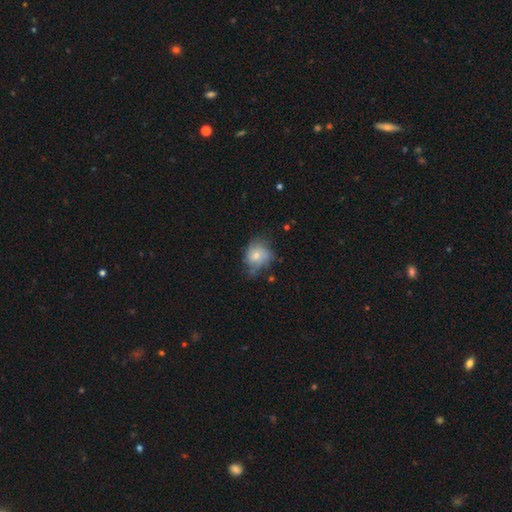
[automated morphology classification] Smooth or featured: smooth — 52% (featured or disk — 37%)
How rounded: round — 66% (in between — 33%)
Merging: none — 52% (minor disturbance — 31%)